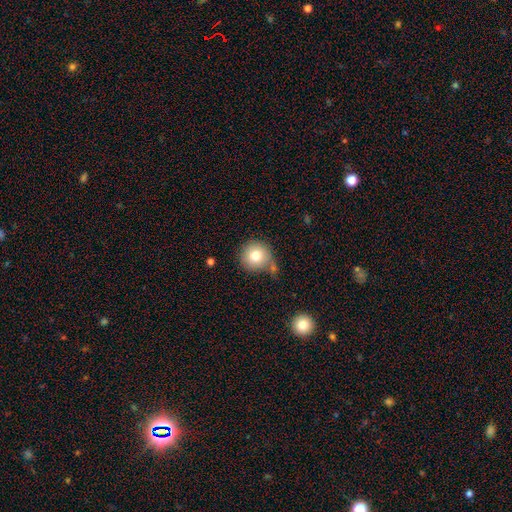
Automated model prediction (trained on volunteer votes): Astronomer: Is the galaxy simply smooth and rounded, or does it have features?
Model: smooth — 78%.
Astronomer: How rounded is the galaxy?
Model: round — 93%.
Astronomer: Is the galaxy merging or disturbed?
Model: none — 63%.